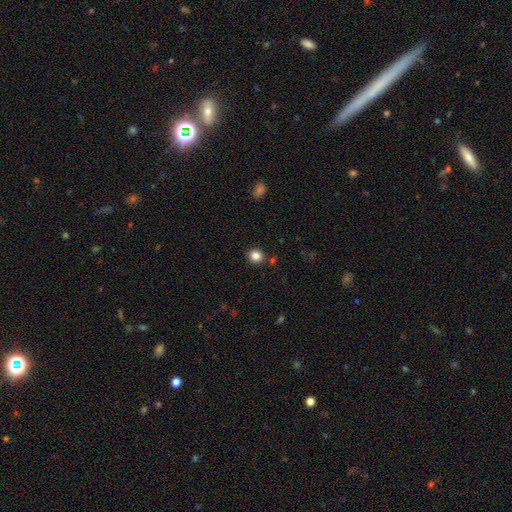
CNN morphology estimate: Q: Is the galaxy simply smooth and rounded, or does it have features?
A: smooth — 84%.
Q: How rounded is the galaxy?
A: round — 89%.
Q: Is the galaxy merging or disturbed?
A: none — 88%.